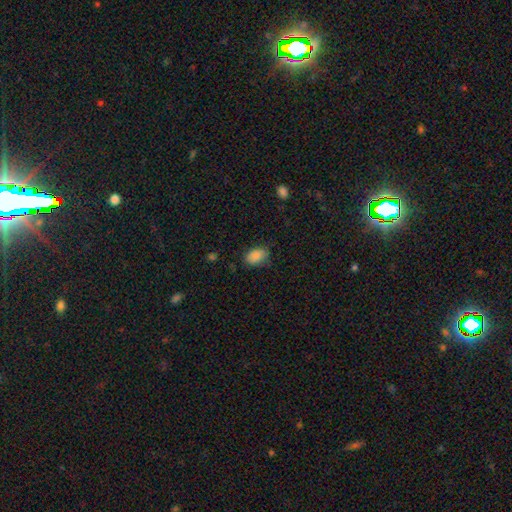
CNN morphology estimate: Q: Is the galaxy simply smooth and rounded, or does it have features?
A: smooth — 87%.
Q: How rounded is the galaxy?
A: in between — 88%.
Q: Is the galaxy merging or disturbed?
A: none — 72%.